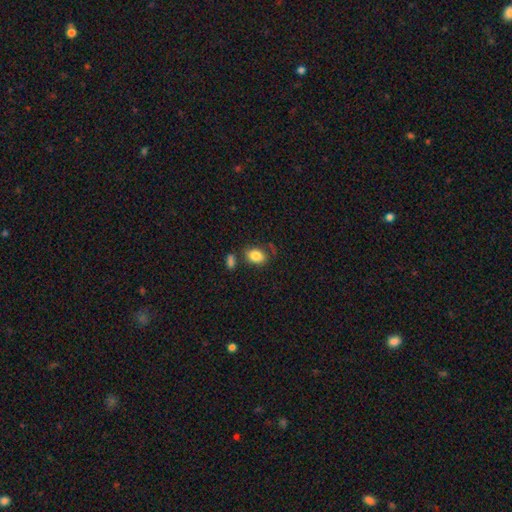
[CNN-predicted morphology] smooth-or-featured: smooth: 85% | star or artifact: 8% | featured or disk: 7%
  how-rounded: in between: 82% | round: 16% | cigar-shaped: 2%
  merging: none: 67% | minor disturbance: 16% | merger: 11% | major disturbance: 6%